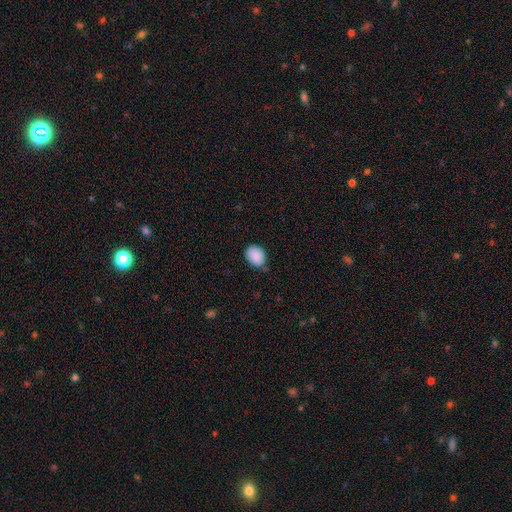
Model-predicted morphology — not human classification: A smooth galaxy with no disk features (89%) that is in between round and cigar-shaped (61%). Merging: none (72%).